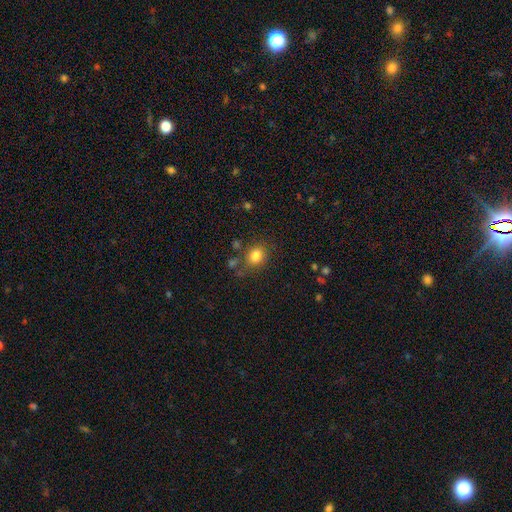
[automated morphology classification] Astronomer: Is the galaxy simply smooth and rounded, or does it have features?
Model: smooth — 82%.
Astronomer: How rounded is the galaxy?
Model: round — 71%.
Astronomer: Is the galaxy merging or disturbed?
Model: none — 75%.